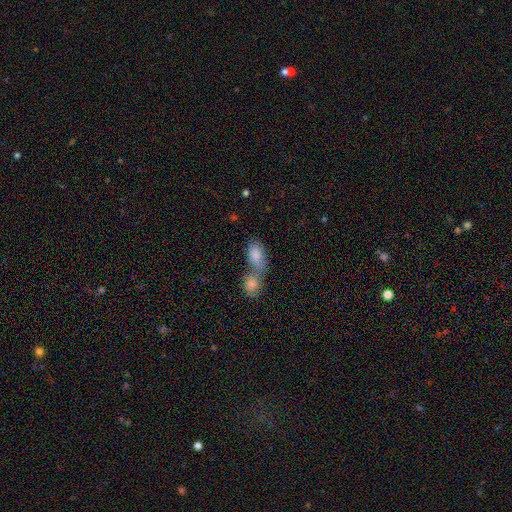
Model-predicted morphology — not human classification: type=smooth (83%); roundness=in between (88%); merging=merger (65%).